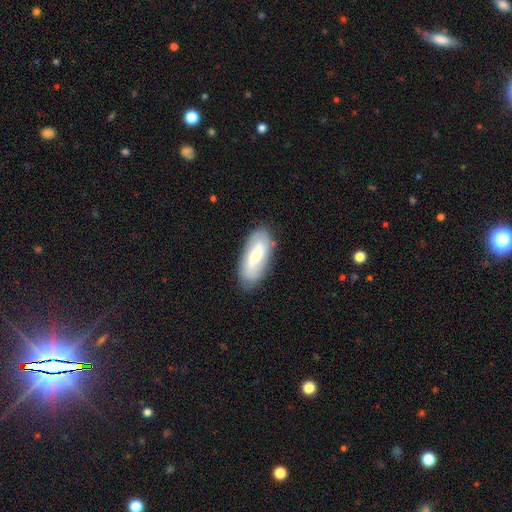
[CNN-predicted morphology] Overall: smooth (48%; featured or disk 46%). Merging: none (82%).